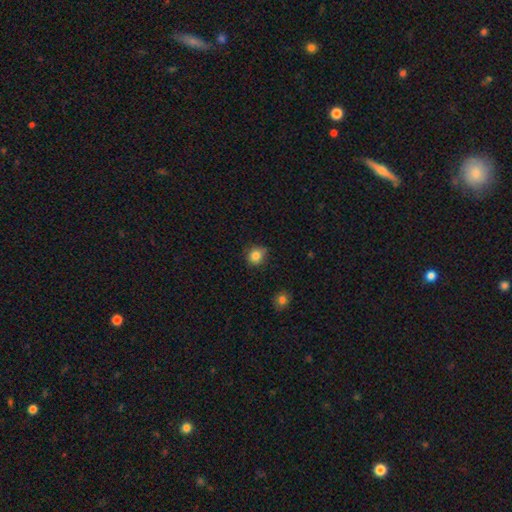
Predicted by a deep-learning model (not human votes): smooth 83%, star or artifact 11%, featured or disk 6%. Down the decision tree: how rounded — round (83%); merging — none (73%).